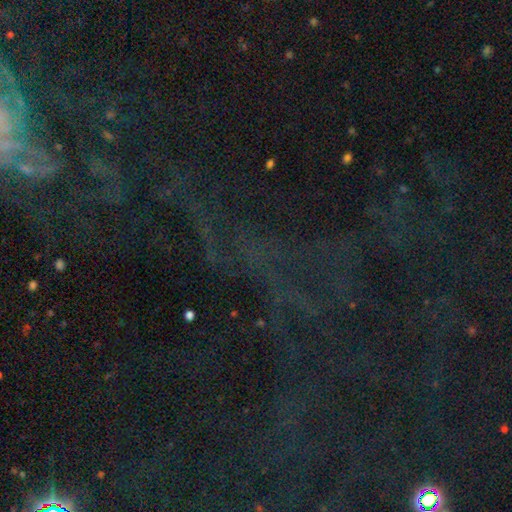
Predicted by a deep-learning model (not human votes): A star or artifact, not a galaxy (79%).

Vote fractions:
- Smooth or featured? star or artifact: 79% / smooth: 11% / featured or disk: 10%